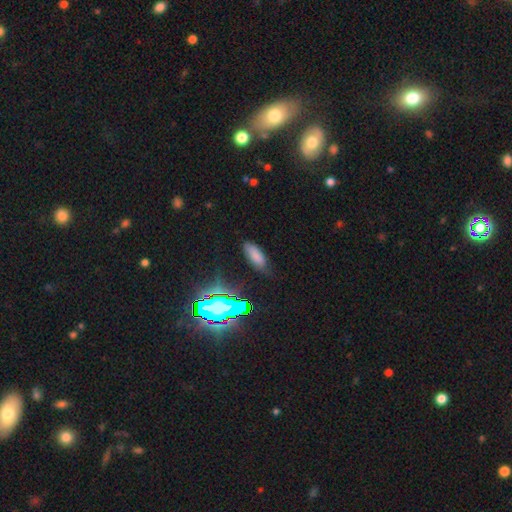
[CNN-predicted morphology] Smooth or featured?
  - smooth: 72% *
  - star or artifact: 17%
  - featured or disk: 11%
How rounded?
  - in between: 75% *
  - cigar-shaped: 23%
  - round: 2%
Merging?
  - none: 74% *
  - minor disturbance: 19%
  - major disturbance: 5%
  - merger: 2%